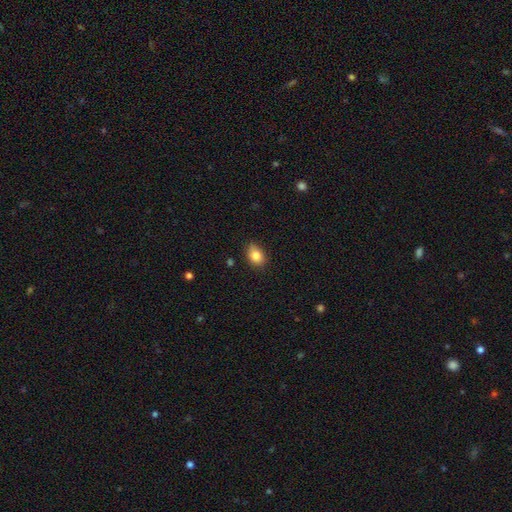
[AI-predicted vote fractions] A smooth galaxy with no disk features (84%) that is in between round and cigar-shaped (70%). Merging: none (79%).